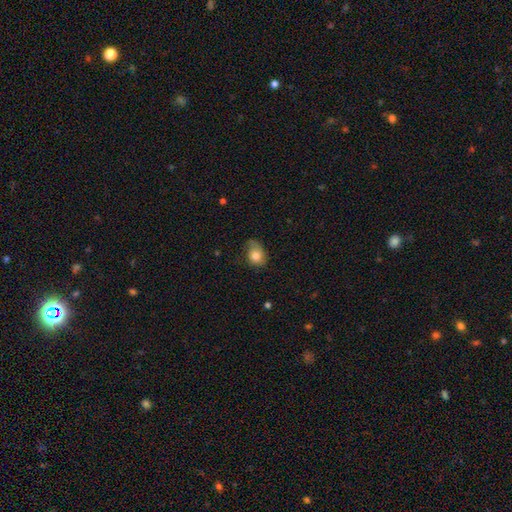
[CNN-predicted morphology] smooth-or-featured: smooth: 78% | featured or disk: 13% | star or artifact: 9%
  how-rounded: in between: 62% | round: 37% | cigar-shaped: 1%
  merging: none: 45% | minor disturbance: 38% | major disturbance: 15% | merger: 2%